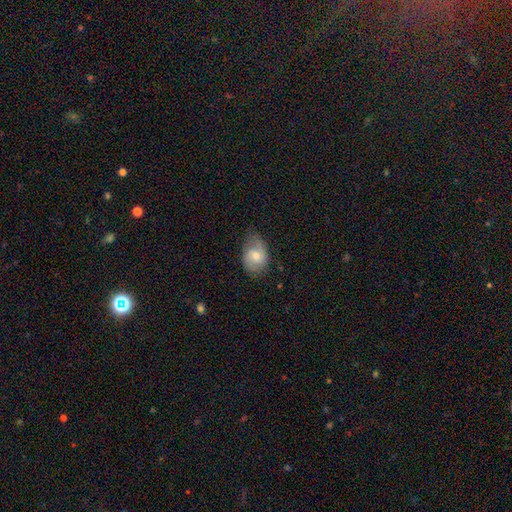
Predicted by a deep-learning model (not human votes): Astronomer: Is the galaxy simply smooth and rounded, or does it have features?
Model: smooth — 48% (runner-up: featured or disk, 45%).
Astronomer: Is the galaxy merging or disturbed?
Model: none — 61%.